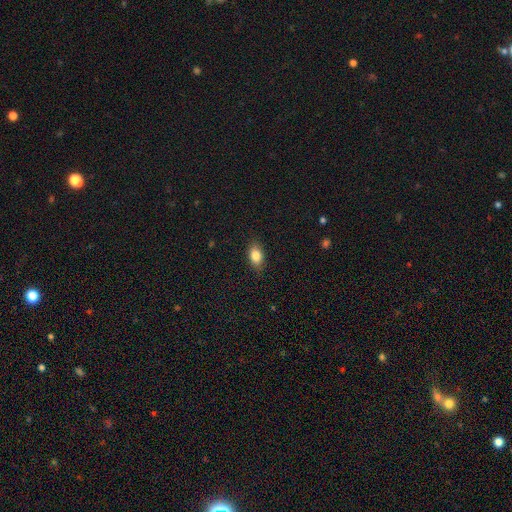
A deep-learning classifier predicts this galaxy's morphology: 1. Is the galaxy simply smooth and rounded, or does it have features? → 83% smooth, 9% featured or disk, 8% star or artifact.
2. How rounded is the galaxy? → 85% in between, 11% round, 4% cigar-shaped.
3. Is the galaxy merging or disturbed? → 86% none, 11% minor disturbance, 2% major disturbance, 1% merger.